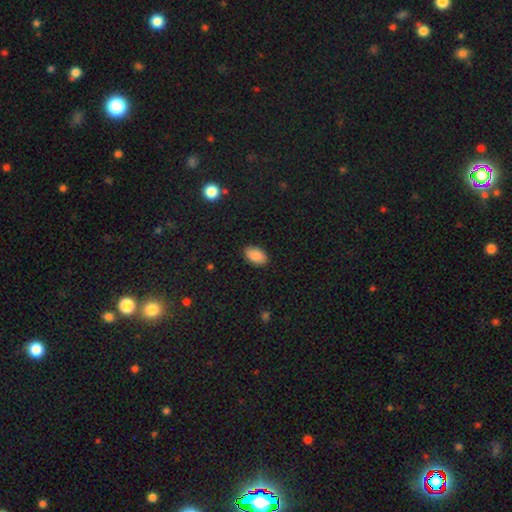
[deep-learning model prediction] This appears to be a smooth galaxy with no disk features (88%) that is in between round and cigar-shaped (94%). Merging: none (89%).